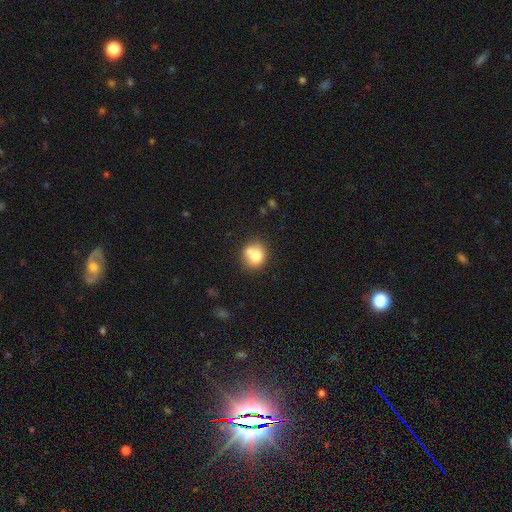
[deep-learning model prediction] smooth-or-featured: smooth: 73% | featured or disk: 17% | star or artifact: 10%
  how-rounded: round: 79% | in between: 20% | cigar-shaped: 1%
  merging: none: 50% | merger: 32% | minor disturbance: 13% | major disturbance: 4%